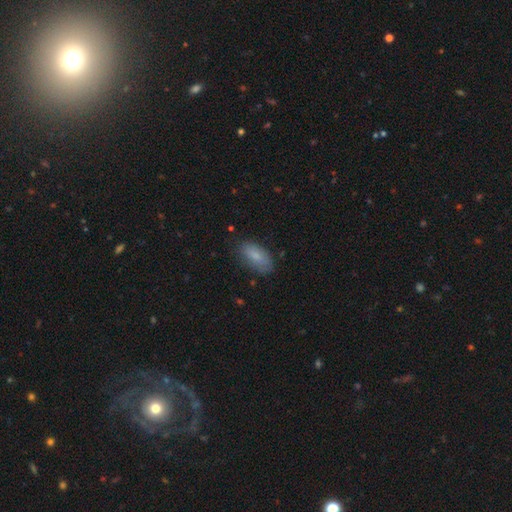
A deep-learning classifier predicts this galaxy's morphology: Overall: smooth (82%). How rounded: in between (87%). Merging: none (76%).